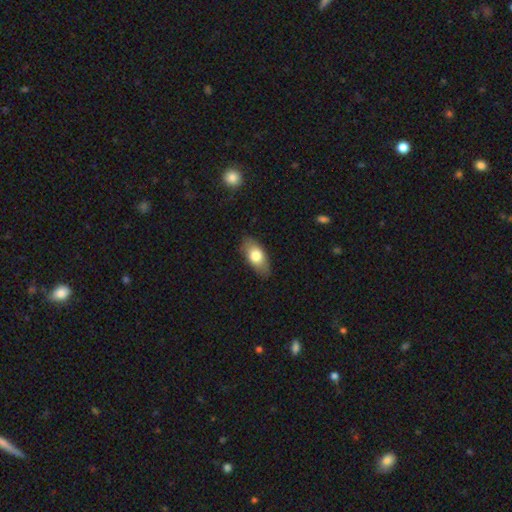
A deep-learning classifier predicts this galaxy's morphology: A smooth galaxy with no disk features (73%) that is in between round and cigar-shaped (86%). Merging: none (84%).